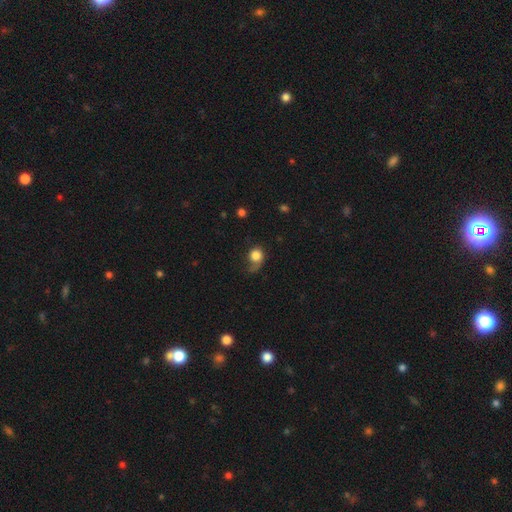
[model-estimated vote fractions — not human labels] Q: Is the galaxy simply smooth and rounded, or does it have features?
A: smooth — 77%.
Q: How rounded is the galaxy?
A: round — 71%.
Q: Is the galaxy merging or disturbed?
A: none — 37%.